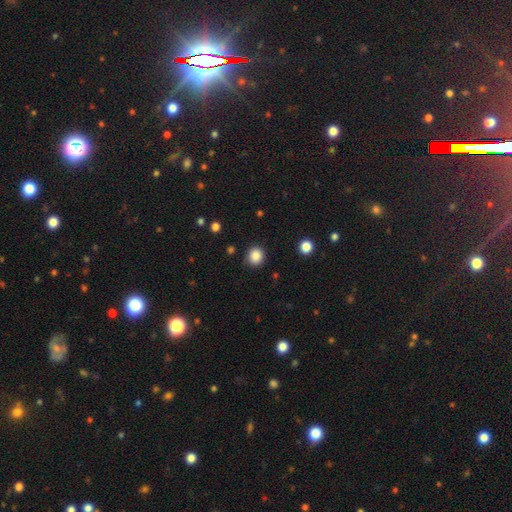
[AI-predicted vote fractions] smooth_or_featured: smooth (p=0.86) [alt: star or artifact p=0.11]
how_rounded: round (p=0.85) [alt: in between p=0.14]
merging: none (p=0.86) [alt: minor disturbance p=0.10]